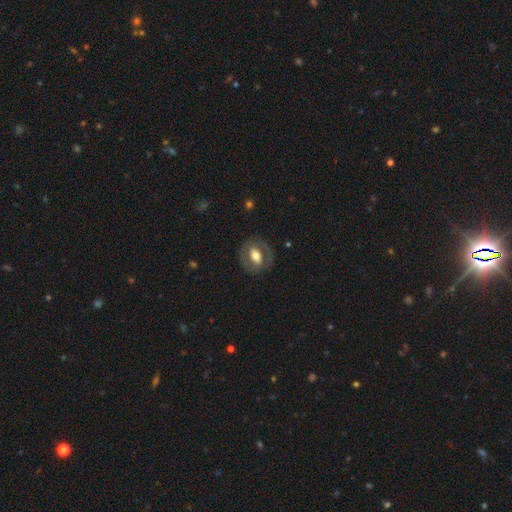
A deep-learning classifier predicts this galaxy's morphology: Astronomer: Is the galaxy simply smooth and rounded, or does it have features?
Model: featured or disk — 49% (runner-up: smooth, 45%).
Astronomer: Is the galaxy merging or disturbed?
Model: none — 79%.